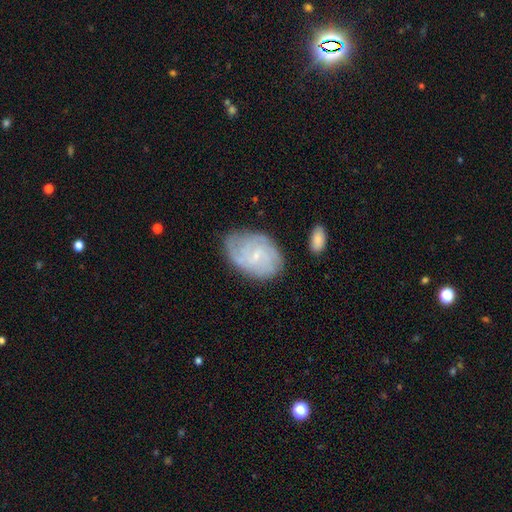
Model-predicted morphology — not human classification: Smooth or featured: featured or disk — 71% (smooth — 22%)
Edge-on disk: no — 96% (yes — 4%)
Bar: no — 53% (weak — 40%)
Spiral arms: yes — 91% (no — 9%)
Spiral winding: tight — 54% (medium — 33%)
Spiral arm count: can't tell — 41% (3 — 17%)
Bulge size: small — 77% (moderate — 15%)
Merging: none — 69% (minor disturbance — 21%)